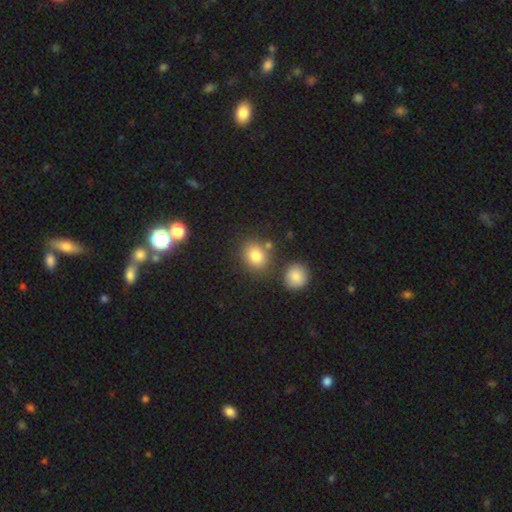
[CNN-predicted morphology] A smooth galaxy with no disk features (82%) that is round (62%). Merging: none (73%).